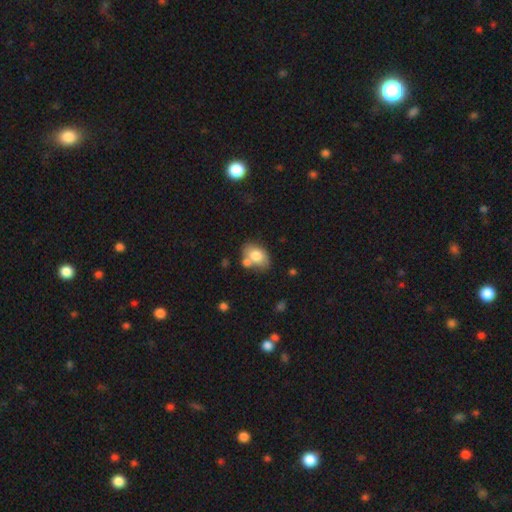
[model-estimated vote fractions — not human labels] Smooth or featured: smooth — 75% (featured or disk — 17%)
How rounded: in between — 80% (round — 19%)
Merging: none — 56% (merger — 22%)